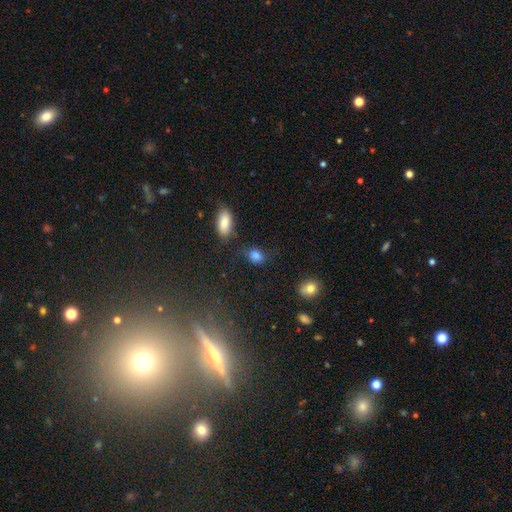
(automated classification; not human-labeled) A smooth galaxy with no disk features (82%) that is in between round and cigar-shaped (60%). Merging: none (60%).